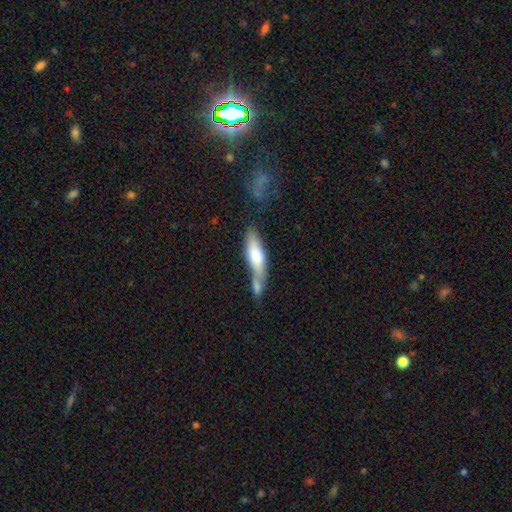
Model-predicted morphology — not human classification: smooth_or_featured: smooth (p=0.68) [alt: featured or disk p=0.26]
how_rounded: cigar-shaped (p=0.53) [alt: in between p=0.45]
merging: merger (p=0.44) [alt: none p=0.32]